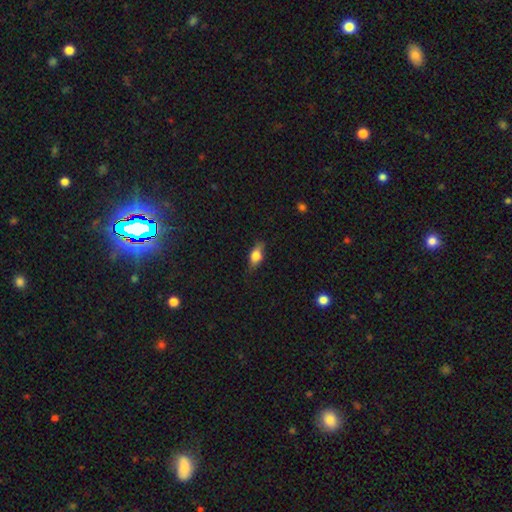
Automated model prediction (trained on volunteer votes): Morphology: type=smooth (67%); roundness=in between (76%); merging=none (76%).